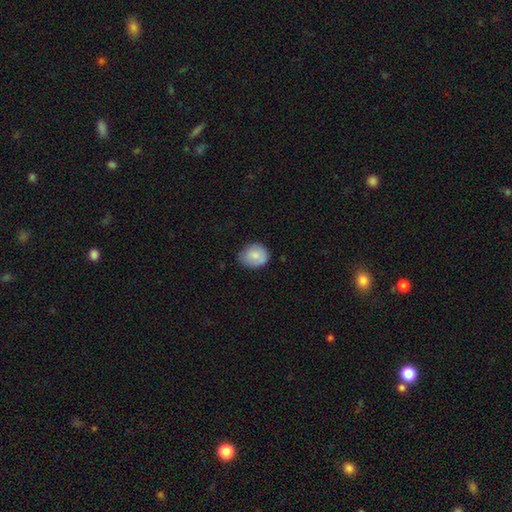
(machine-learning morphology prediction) Smooth or featured?
  - smooth: 82% *
  - featured or disk: 11%
  - star or artifact: 7%
How rounded?
  - round: 60% *
  - in between: 39%
  - cigar-shaped: 1%
Merging?
  - none: 65% *
  - minor disturbance: 29%
  - major disturbance: 5%
  - merger: 2%